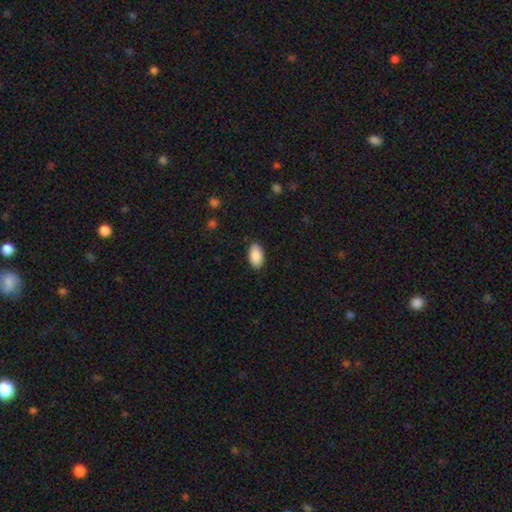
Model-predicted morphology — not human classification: The model was most divided on "merging": none: 88%, minor disturbance: 9%, major disturbance: 2%, merger: 1%. More confident: how rounded — in between (95%); smooth or featured — smooth (90%).